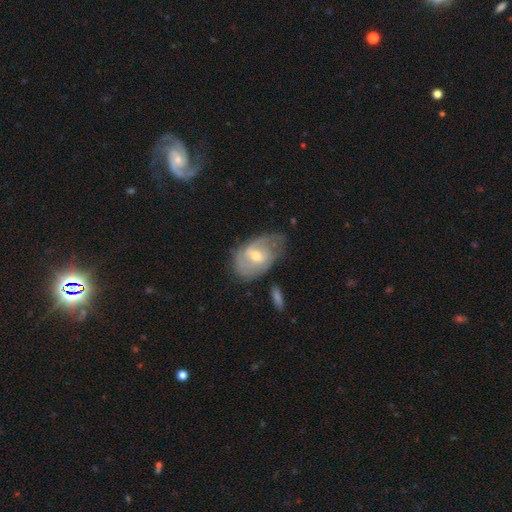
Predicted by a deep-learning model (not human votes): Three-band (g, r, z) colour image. It shows a featured or disk galaxy (70%) with a weak bar (51%), 2 (40%, tied with can't tell) tight (48%) spiral arms (77%) and a moderate central bulge (59%). Merging: none (51%).